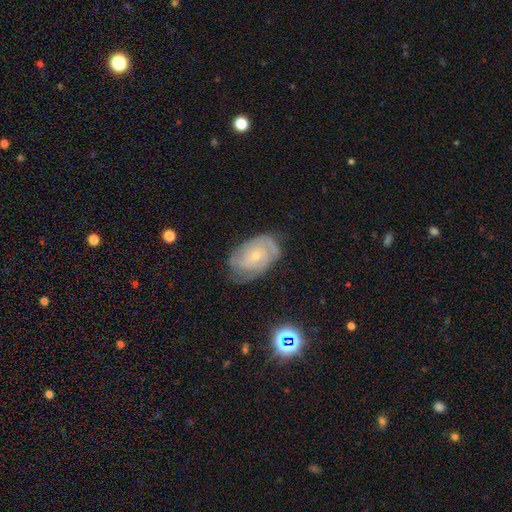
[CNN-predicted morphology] smooth_or_featured: featured or disk (p=0.74) [alt: smooth p=0.19]
disk_edge_on: no (p=0.96) [alt: yes p=0.04]
bar: no (p=0.75) [alt: weak p=0.22]
has_spiral_arms: yes (p=0.90) [alt: no p=0.10]
spiral_winding: tight (p=0.63) [alt: medium p=0.29]
spiral_arm_count: can't tell (p=0.40) [alt: 2 p=0.30]
bulge_size: small (p=0.74) [alt: moderate p=0.22]
merging: none (p=0.66) [alt: minor disturbance p=0.24]